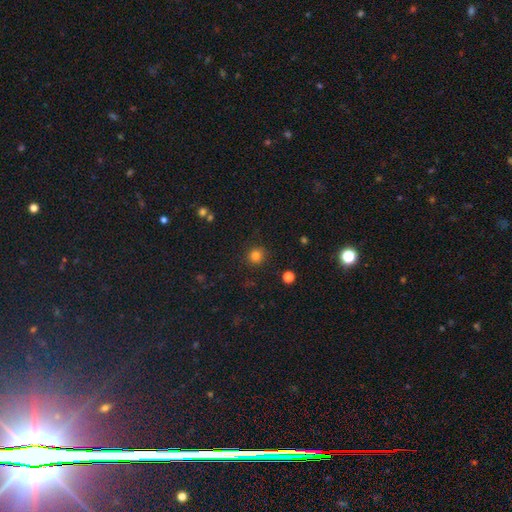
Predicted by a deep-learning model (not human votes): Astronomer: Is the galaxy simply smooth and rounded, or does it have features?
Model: smooth — 81%.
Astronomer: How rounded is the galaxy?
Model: round — 93%.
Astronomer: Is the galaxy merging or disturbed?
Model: none — 90%.